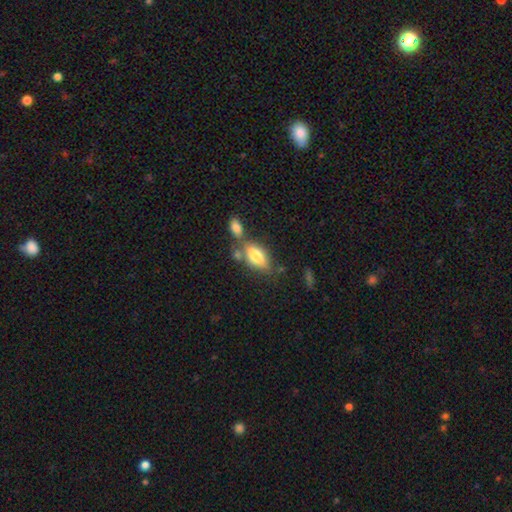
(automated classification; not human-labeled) The model was most divided on "merging": none: 51%, merger: 28%, minor disturbance: 15%, major disturbance: 6%. More confident: how rounded — in between (86%); smooth or featured — smooth (75%).